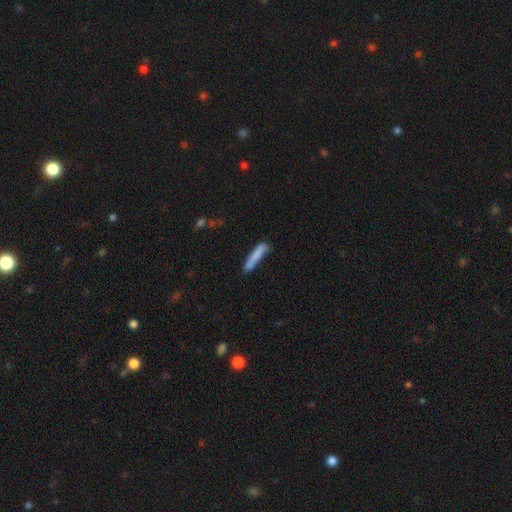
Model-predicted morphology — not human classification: This appears to be a smooth galaxy with no disk features (80%) that is cigar-shaped (92%). Merging: none (74%).